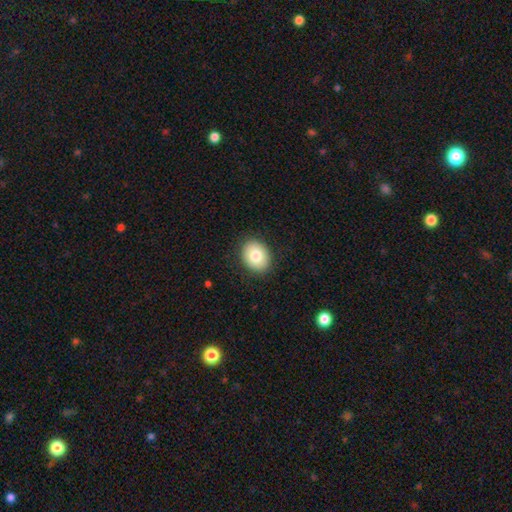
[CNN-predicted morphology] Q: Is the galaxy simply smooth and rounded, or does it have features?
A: smooth — 80%.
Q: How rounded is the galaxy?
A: in between — 53%.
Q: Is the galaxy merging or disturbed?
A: none — 89%.